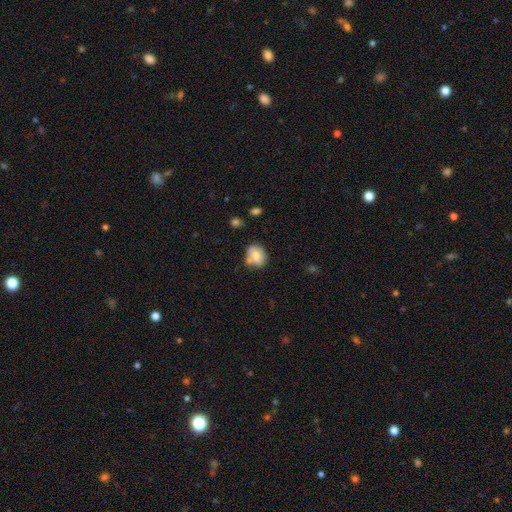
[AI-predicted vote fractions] smooth 71%, featured or disk 21%, star or artifact 9%. Down the decision tree: how rounded — in between (54%); merging — none (59%).